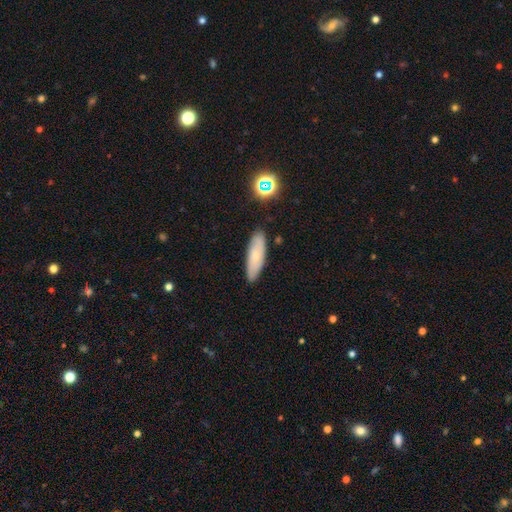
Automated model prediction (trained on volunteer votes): Smooth or featured? Predicted: smooth (p=0.59). How rounded? Predicted: in between (p=0.50). Merging? Predicted: none (p=0.84).